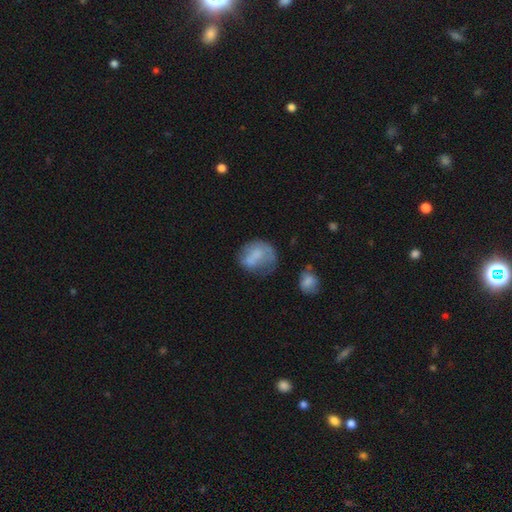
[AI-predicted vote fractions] smooth 61%, featured or disk 30%, star or artifact 9%. Down the decision tree: how rounded — round (62%); merging — none (41%).